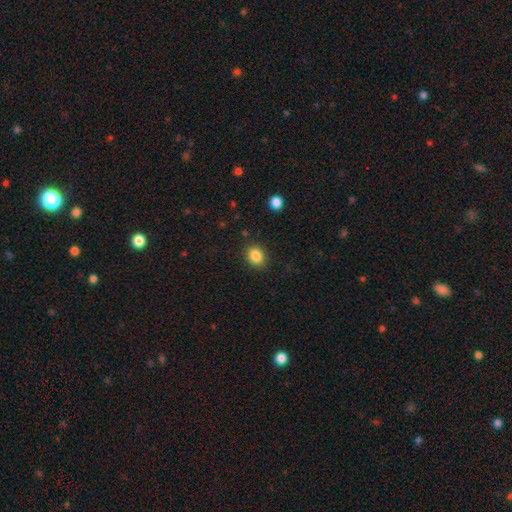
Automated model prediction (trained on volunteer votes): This is clearly a smooth galaxy (86%). How rounded: possibly in between (55%). Merging: clearly none (86%).